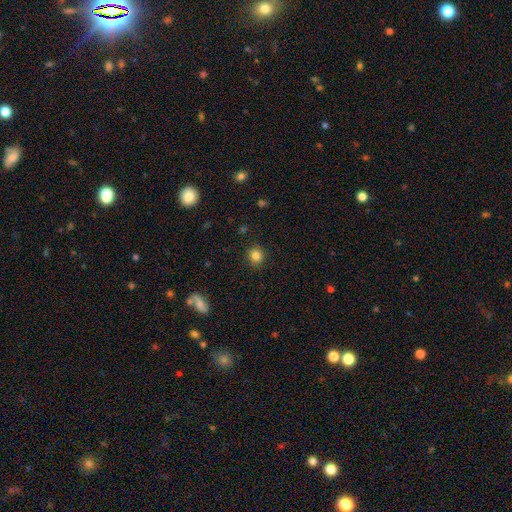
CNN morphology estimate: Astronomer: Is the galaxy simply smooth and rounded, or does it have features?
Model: smooth — 83%.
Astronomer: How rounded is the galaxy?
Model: round — 86%.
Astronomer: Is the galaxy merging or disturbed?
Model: none — 89%.